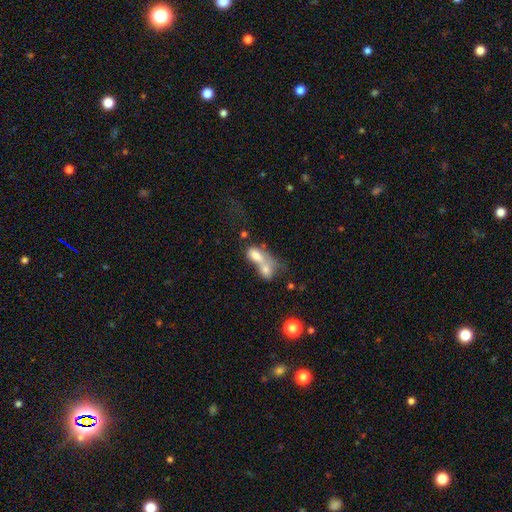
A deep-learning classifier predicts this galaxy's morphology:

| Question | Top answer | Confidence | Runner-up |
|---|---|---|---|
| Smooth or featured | smooth | 68% | featured or disk (23%) |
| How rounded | in between | 78% | round (13%) |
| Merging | merger | 78% | none (10%) |